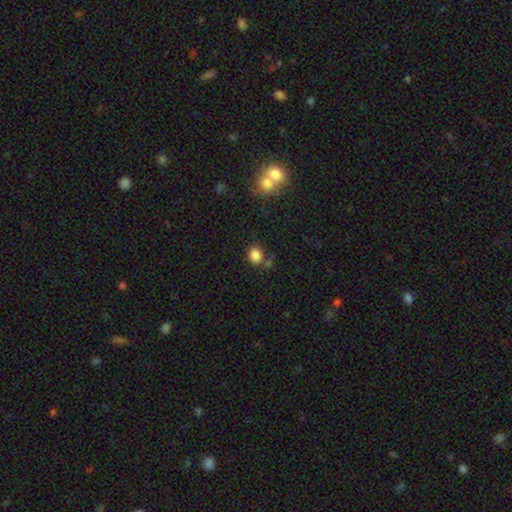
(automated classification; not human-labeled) smooth_or_featured: smooth (p=0.84) [alt: star or artifact p=0.12]
how_rounded: round (p=0.62) [alt: in between p=0.37]
merging: none (p=0.71) [alt: minor disturbance p=0.14]